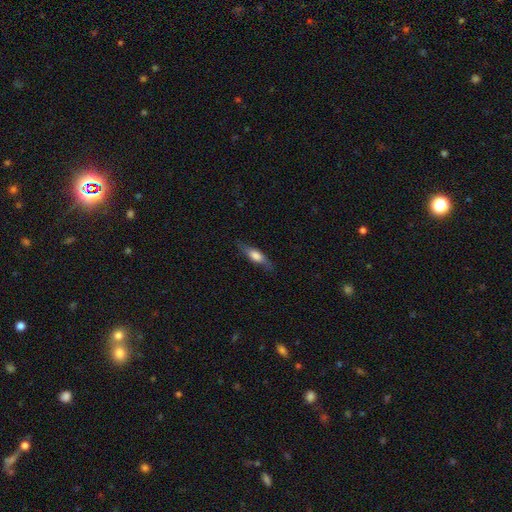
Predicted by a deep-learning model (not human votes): Smooth or featured: smooth — 54% (featured or disk — 39%)
How rounded: cigar-shaped — 56% (in between — 41%)
Merging: none — 78% (minor disturbance — 16%)